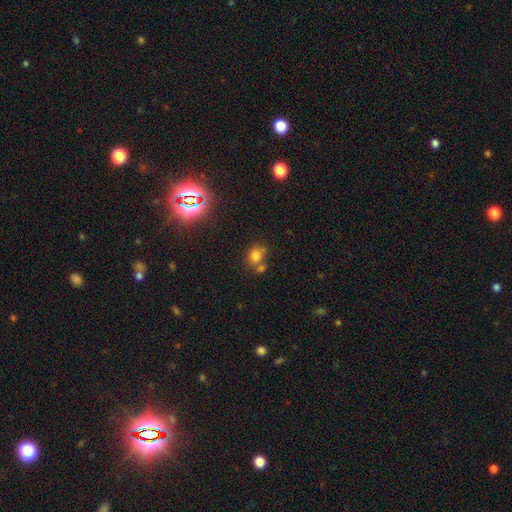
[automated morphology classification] This appears to be a smooth galaxy with no disk features (76%) that is round (56%). Merging: none (53%).